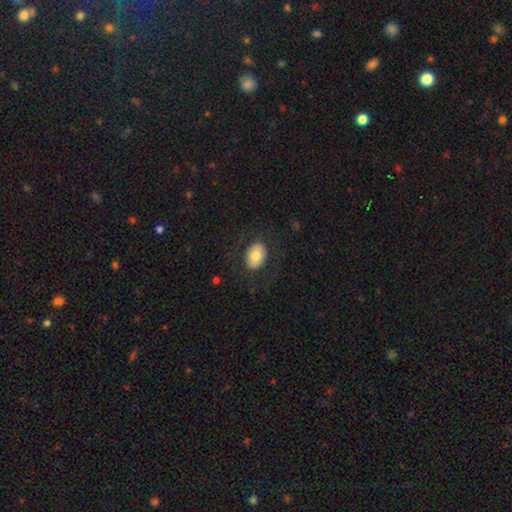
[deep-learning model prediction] smooth 77%, featured or disk 16%, star or artifact 7%. Down the decision tree: how rounded — in between (81%); merging — none (82%).